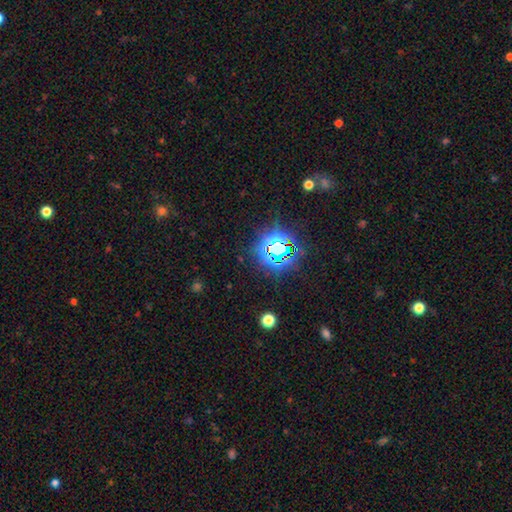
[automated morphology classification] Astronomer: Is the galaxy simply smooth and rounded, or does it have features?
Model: star or artifact — 80%.